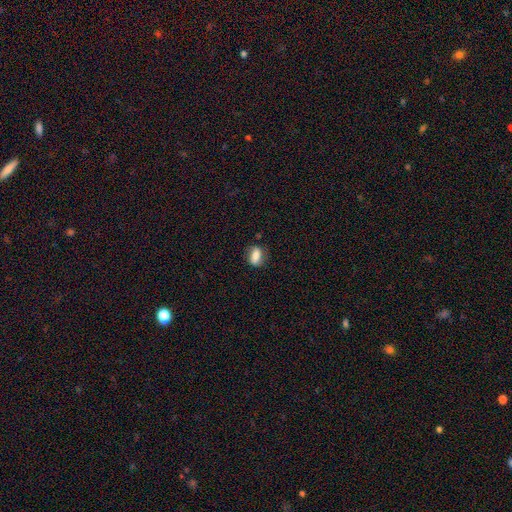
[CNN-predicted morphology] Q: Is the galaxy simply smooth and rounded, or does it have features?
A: smooth — 73%.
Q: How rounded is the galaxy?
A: in between — 75%.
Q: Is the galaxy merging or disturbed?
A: none — 74%.